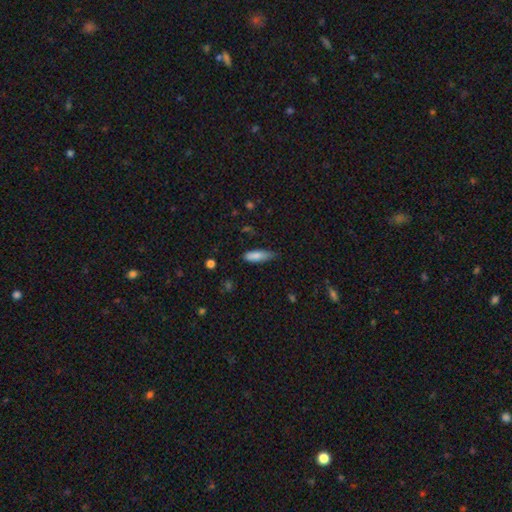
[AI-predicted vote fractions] smooth_or_featured: smooth (p=0.82) [alt: featured or disk p=0.11]
how_rounded: in between (p=0.54) [alt: cigar-shaped p=0.45]
merging: none (p=0.59) [alt: minor disturbance p=0.33]